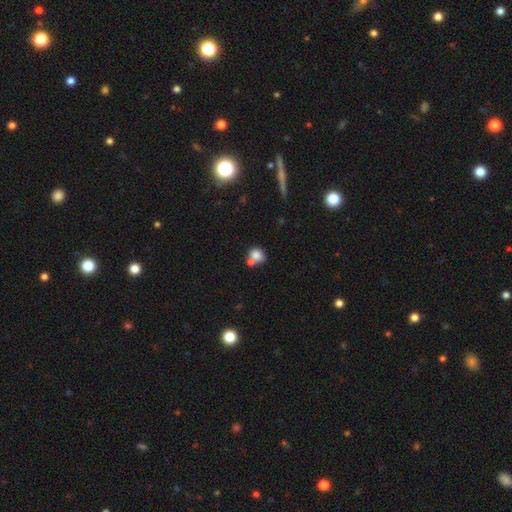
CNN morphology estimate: smooth_or_featured: smooth (p=0.81) [alt: star or artifact p=0.10]
how_rounded: round (p=0.78) [alt: in between p=0.21]
merging: none (p=0.49) [alt: merger p=0.35]